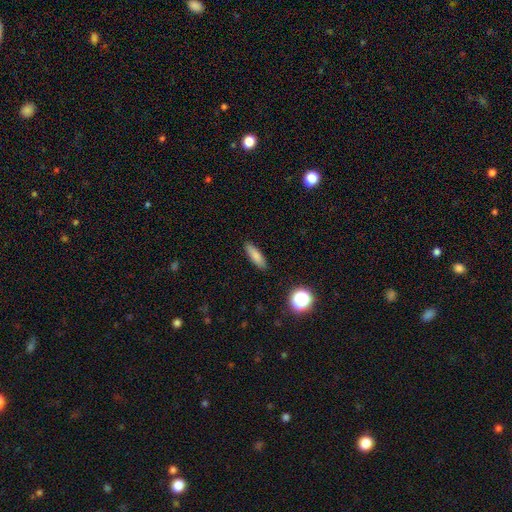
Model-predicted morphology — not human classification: Smooth or featured: smooth — 82% (star or artifact — 9%)
How rounded: cigar-shaped — 54% (in between — 42%)
Merging: none — 88% (minor disturbance — 9%)